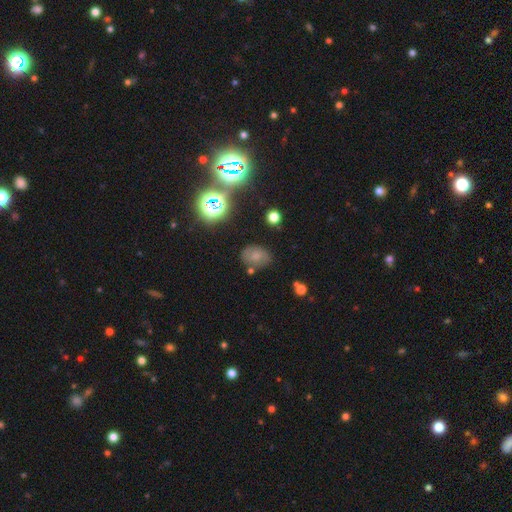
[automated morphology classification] Smooth or featured? Predicted: smooth (p=0.58). How rounded? Predicted: in between (p=0.69). Merging? Predicted: none (p=0.70).